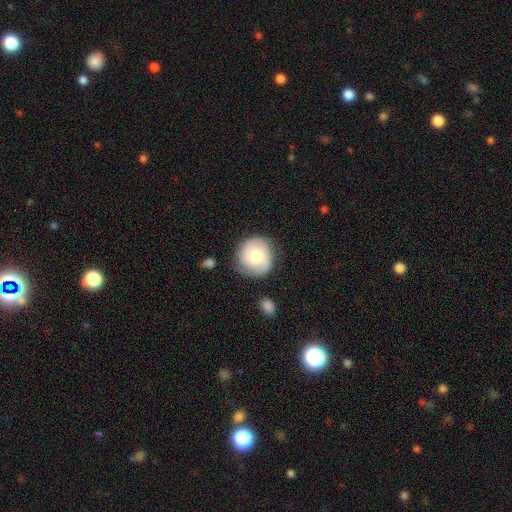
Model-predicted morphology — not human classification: A smooth galaxy with no disk features (47%, tied with featured or disk).

Vote fractions:
- Smooth or featured? smooth: 47% (tied) / featured or disk: 47% (tied) / star or artifact: 7%
- Merging? none: 76% / minor disturbance: 16% / major disturbance: 5% / merger: 3%